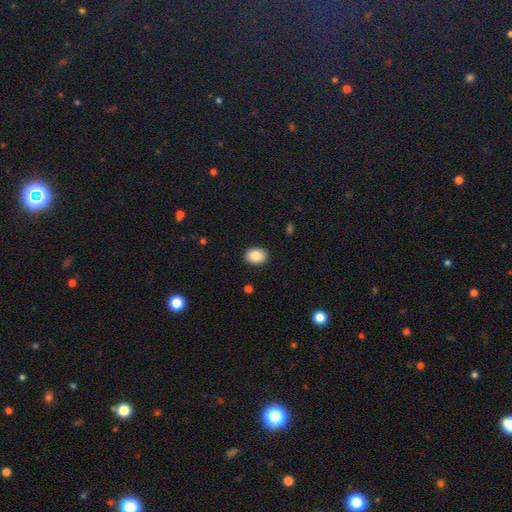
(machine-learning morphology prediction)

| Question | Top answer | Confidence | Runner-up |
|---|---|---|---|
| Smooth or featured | smooth | 86% | star or artifact (7%) |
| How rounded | in between | 69% | round (30%) |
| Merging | none | 90% | minor disturbance (7%) |